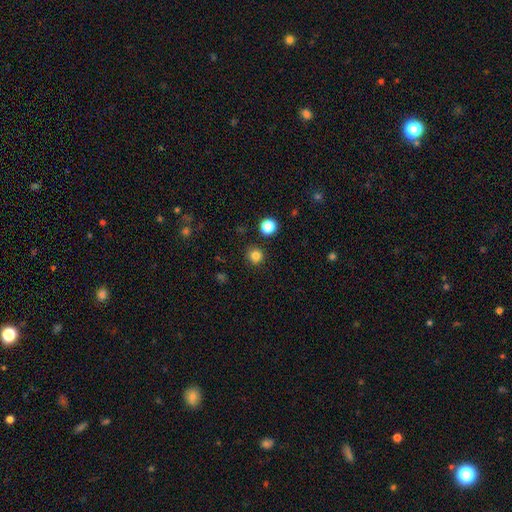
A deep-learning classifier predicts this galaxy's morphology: Smooth or featured? Predicted: smooth (p=0.82). How rounded? Predicted: round (p=0.92). Merging? Predicted: none (p=0.89).